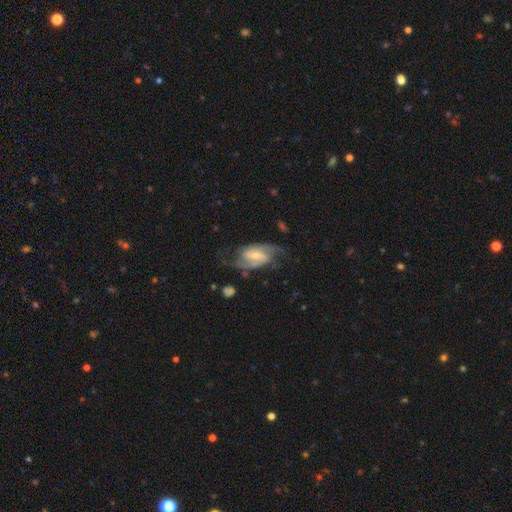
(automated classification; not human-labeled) This appears to be a featured or disk galaxy (84%) with a weak bar (50%), 2 (85%) medium (50%) spiral arms (96%) and a small central bulge (50%). Merging: none (65%).